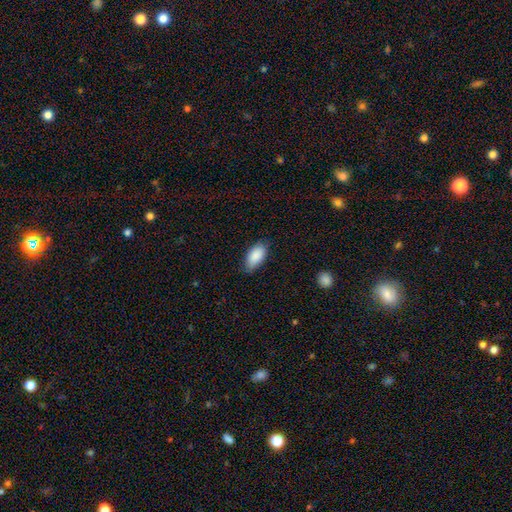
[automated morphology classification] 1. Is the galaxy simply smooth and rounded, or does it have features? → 89% smooth, 6% star or artifact, 5% featured or disk.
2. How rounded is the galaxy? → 94% in between, 4% cigar-shaped, 2% round.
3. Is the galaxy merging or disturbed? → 79% none, 17% minor disturbance, 3% major disturbance, 1% merger.